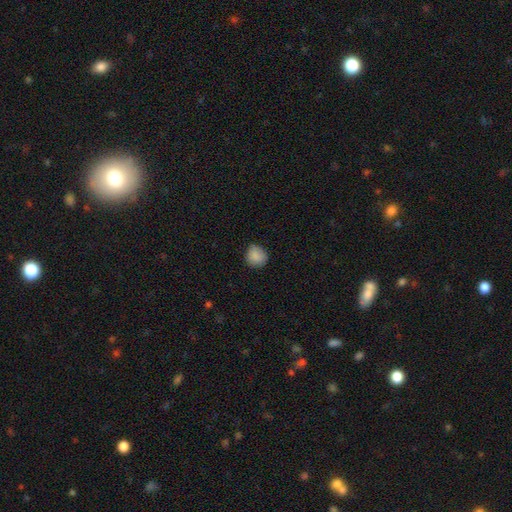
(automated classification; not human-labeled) smooth_or_featured: smooth (p=0.86) [alt: star or artifact p=0.08]
how_rounded: round (p=0.86) [alt: in between p=0.13]
merging: none (p=0.74) [alt: minor disturbance p=0.21]